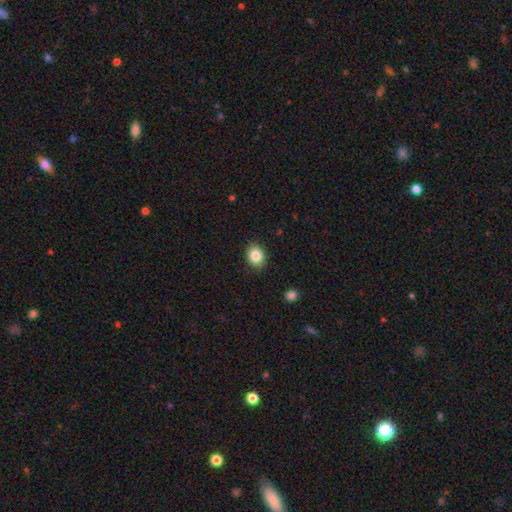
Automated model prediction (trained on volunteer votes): Overall: smooth (85%). How rounded: round (51%; in between 49%). Merging: none (88%).